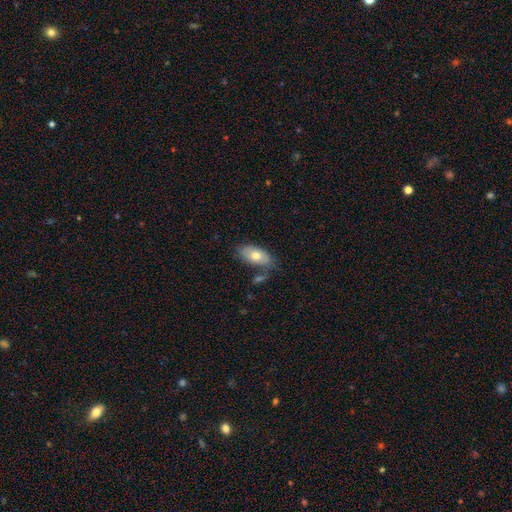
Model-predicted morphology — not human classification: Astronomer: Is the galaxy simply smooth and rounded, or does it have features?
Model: smooth — 70%.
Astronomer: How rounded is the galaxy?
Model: in between — 92%.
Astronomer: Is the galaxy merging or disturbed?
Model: none — 66%.